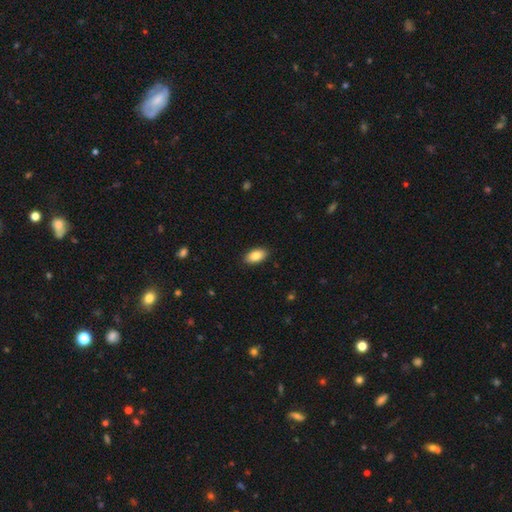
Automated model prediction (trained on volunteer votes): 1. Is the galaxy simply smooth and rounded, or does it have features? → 86% smooth, 7% featured or disk, 7% star or artifact.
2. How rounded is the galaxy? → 93% in between, 3% round, 3% cigar-shaped.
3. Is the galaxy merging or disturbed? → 89% none, 8% minor disturbance, 2% major disturbance, 1% merger.